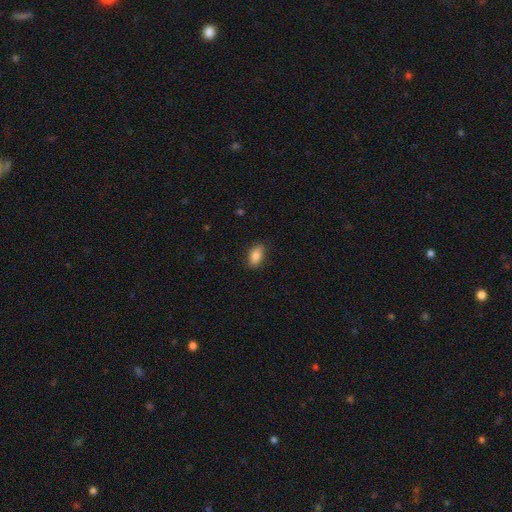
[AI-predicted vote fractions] This is clearly a smooth galaxy (86%). How rounded: clearly in between (91%). Merging: clearly none (83%).